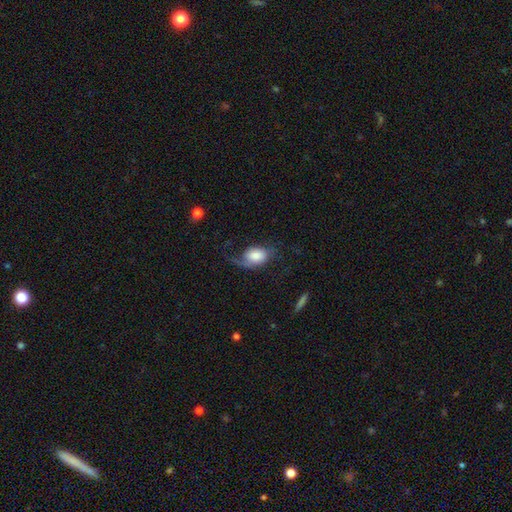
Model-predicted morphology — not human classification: Smooth or featured: smooth — 52% (featured or disk — 40%)
How rounded: in between — 77% (round — 21%)
Merging: major disturbance — 39% (none — 35%)